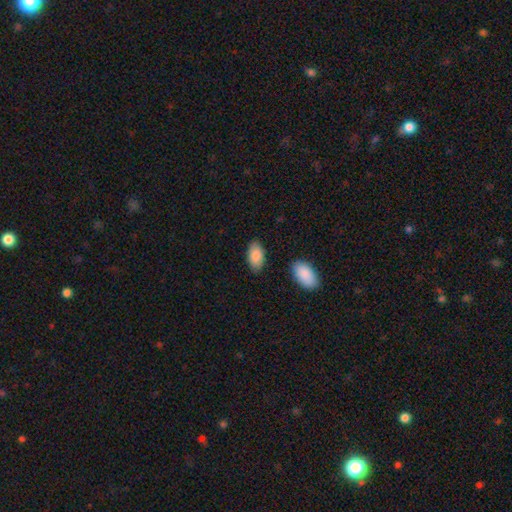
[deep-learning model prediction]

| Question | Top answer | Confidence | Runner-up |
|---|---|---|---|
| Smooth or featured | smooth | 87% | featured or disk (7%) |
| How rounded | in between | 95% | cigar-shaped (3%) |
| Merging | none | 83% | minor disturbance (12%) |